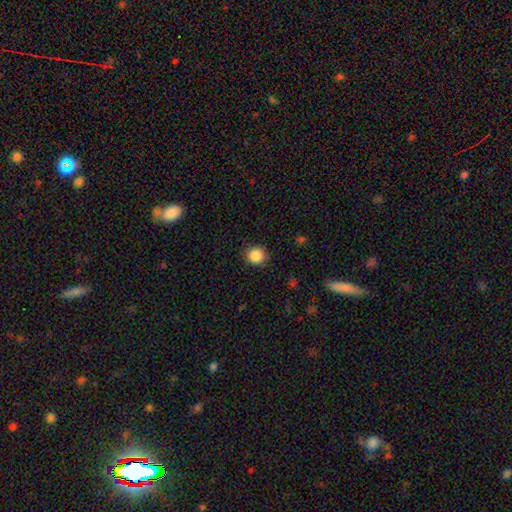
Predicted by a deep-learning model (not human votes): A smooth galaxy with no disk features (87%) that is round (91%).

Vote fractions:
- Smooth or featured? smooth: 87% / star or artifact: 10% / featured or disk: 3%
- How rounded? round: 91% / in between: 8% / cigar-shaped: 1%
- Merging? none: 90% / minor disturbance: 7% / major disturbance: 2% / merger: 1%